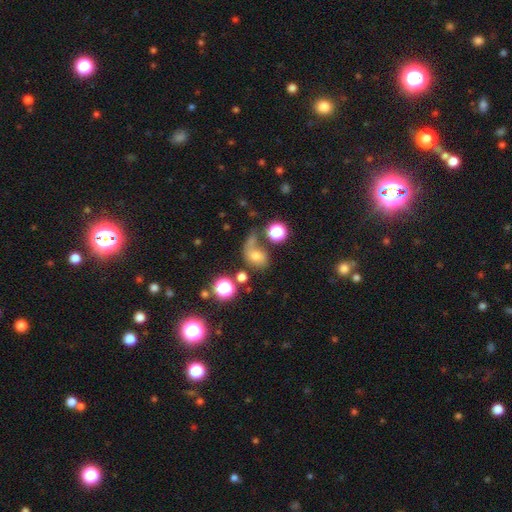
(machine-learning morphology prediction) Smooth or featured?
  - smooth: 59% *
  - featured or disk: 23%
  - star or artifact: 18%
How rounded?
  - in between: 54% *
  - round: 45%
  - cigar-shaped: 2%
Merging?
  - none: 34% *
  - major disturbance: 25%
  - merger: 21%
  - minor disturbance: 20%